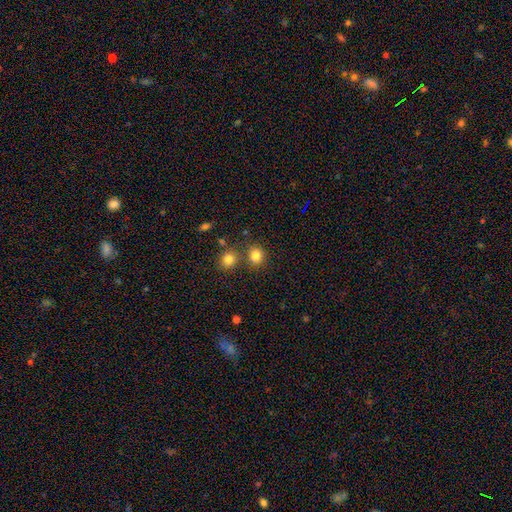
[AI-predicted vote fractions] Smooth or featured? smooth (82%)
How rounded? round (84%)
Merging? none (72%)